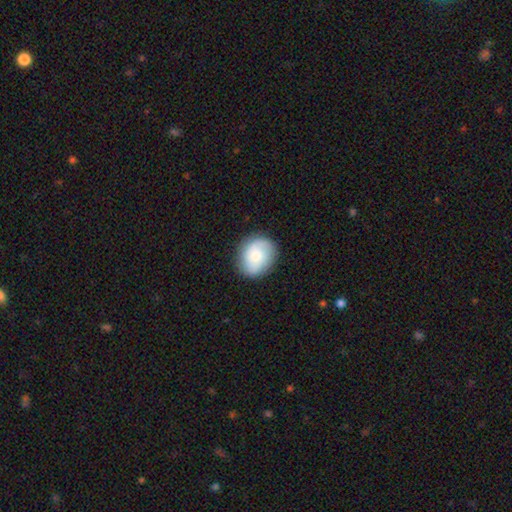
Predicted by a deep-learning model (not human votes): This appears to be a smooth galaxy with no disk features (66%) that is round (65%). Merging: none (82%).